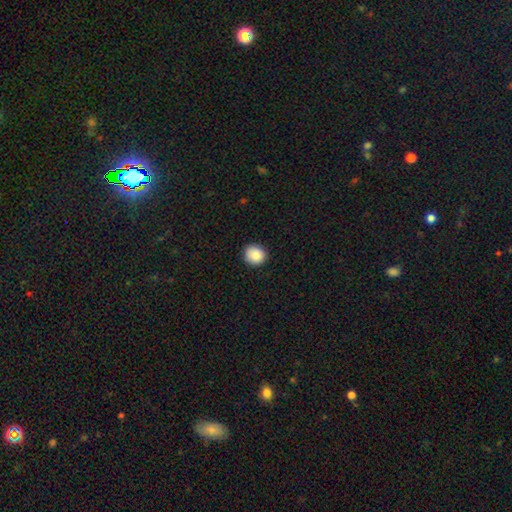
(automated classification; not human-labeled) Smooth or featured? smooth (87%)
How rounded? round (85%)
Merging? none (90%)